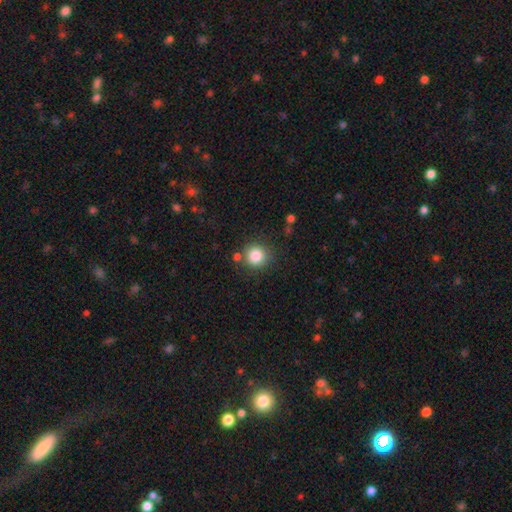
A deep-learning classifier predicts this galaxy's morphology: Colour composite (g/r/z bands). It shows a smooth galaxy with no disk features (85%) that is round (92%). Merging: none (81%).